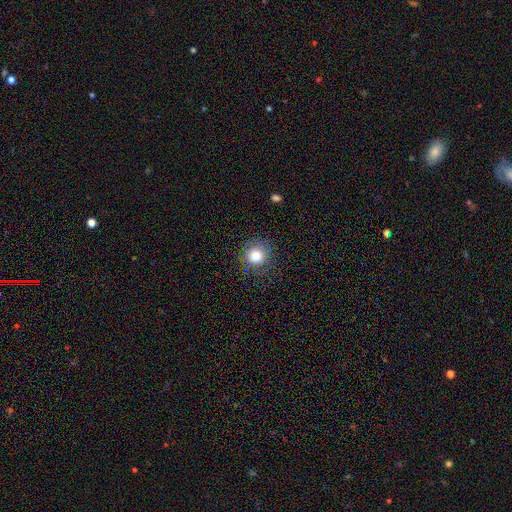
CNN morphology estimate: smooth 82%, star or artifact 11%, featured or disk 7%. Down the decision tree: how rounded — round (90%); merging — none (82%).